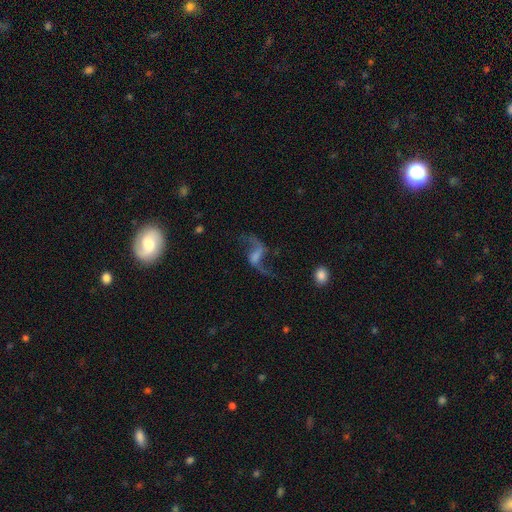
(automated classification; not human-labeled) This is clearly a featured or disk galaxy (84%). It is clearly not viewed edge-on (96%). Bar: possibly weak (45%). Spiral arm pattern: clearly yes (95%). Spiral arm count: clearly 2 (93%). Spiral winding: clearly loose (90%). Central bulge: marginally none (39%). Merging: likely none (70%).